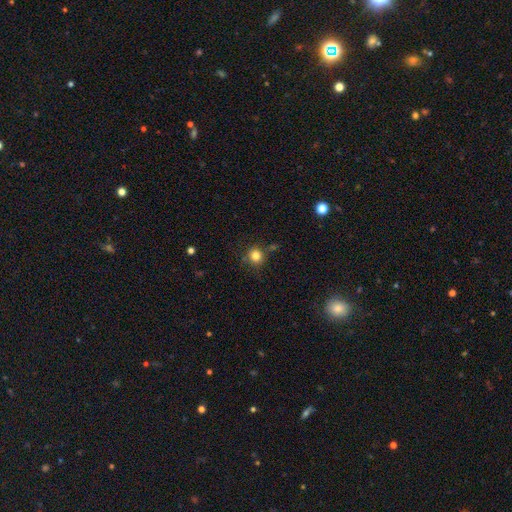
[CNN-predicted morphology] A smooth galaxy with no disk features (82%) that is round (91%). Merging: none (80%).